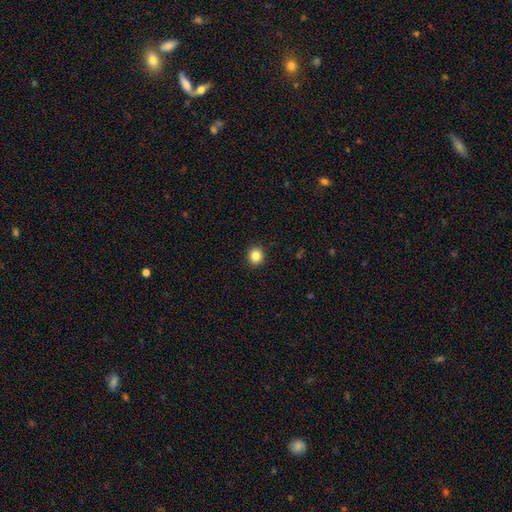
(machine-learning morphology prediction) Smooth or featured? smooth (85%)
How rounded? round (90%)
Merging? none (92%)